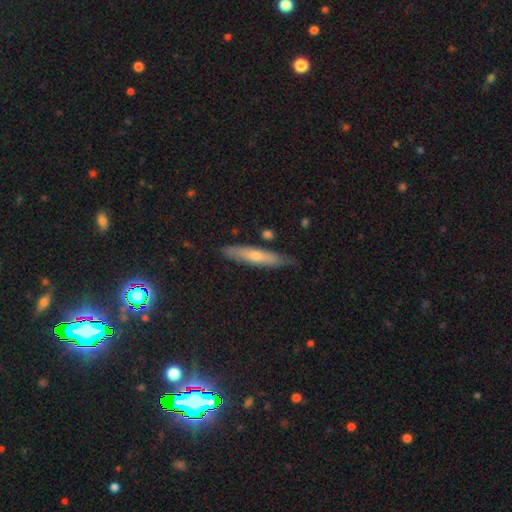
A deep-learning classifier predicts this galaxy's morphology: Smooth or featured?
  - smooth: 49% *
  - featured or disk: 43%
  - star or artifact: 7%
Merging?
  - none: 81% *
  - minor disturbance: 15%
  - major disturbance: 2%
  - merger: 2%